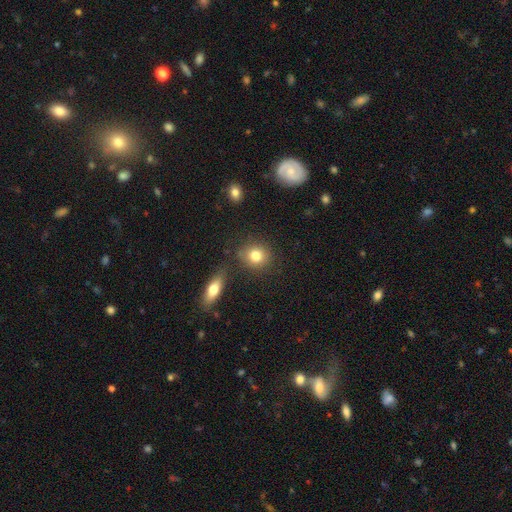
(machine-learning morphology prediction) Smooth or featured? Predicted: smooth (p=0.82). How rounded? Predicted: round (p=0.78). Merging? Predicted: none (p=0.79).